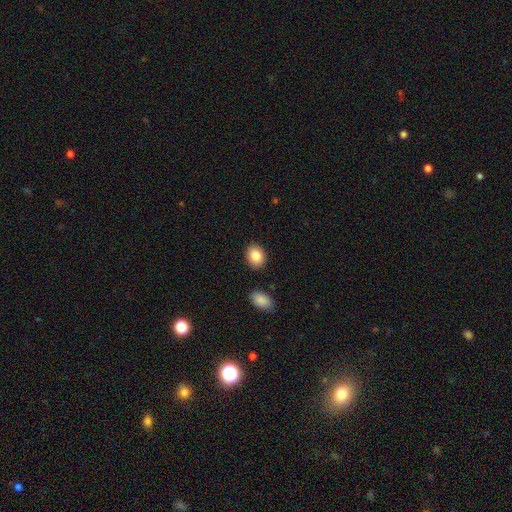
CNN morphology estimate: Smooth or featured? smooth (86%)
How rounded? in between (59%)
Merging? none (87%)